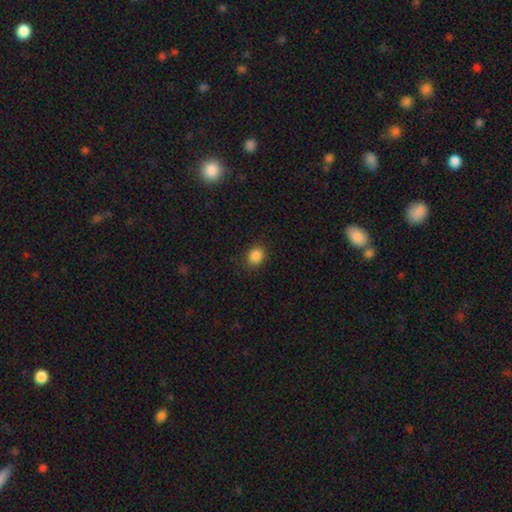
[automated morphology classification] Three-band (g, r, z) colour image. It shows a smooth galaxy with no disk features (87%) that is round (64%). Merging: none (87%).